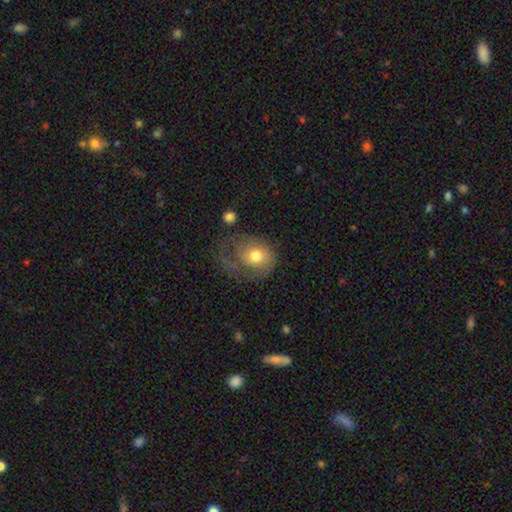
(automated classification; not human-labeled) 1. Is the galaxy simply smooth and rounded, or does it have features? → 60% smooth, 32% featured or disk, 8% star or artifact.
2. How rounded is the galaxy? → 59% round, 40% in between, 1% cigar-shaped.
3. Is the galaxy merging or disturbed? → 40% major disturbance, 32% none, 25% minor disturbance, 3% merger.